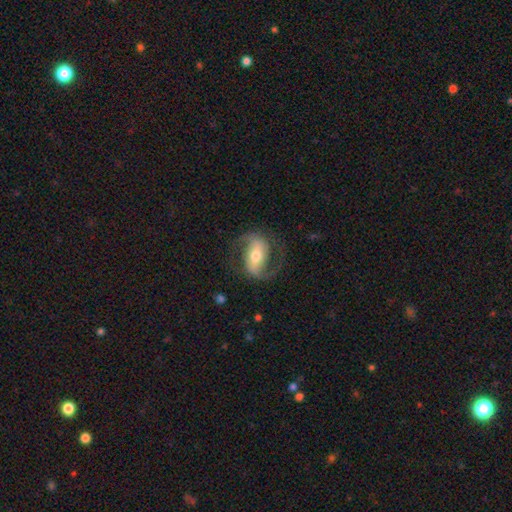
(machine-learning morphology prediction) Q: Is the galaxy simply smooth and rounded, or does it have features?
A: featured or disk — 83%.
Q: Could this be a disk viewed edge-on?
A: no — 96%.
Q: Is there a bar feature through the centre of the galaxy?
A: strong — 49%.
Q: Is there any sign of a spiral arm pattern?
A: yes — 94%.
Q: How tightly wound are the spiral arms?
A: medium — 53%.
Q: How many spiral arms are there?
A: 2 — 92%.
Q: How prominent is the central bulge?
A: moderate — 63%.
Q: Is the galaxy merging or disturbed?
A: none — 77%.